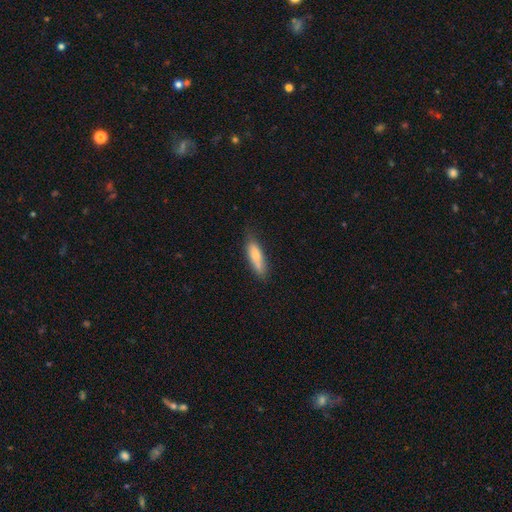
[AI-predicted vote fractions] A smooth galaxy with no disk features (76%) that is cigar-shaped (54%).

Vote fractions:
- Smooth or featured? smooth: 76% / featured or disk: 17% / star or artifact: 6%
- How rounded? cigar-shaped: 54% / in between: 44% / round: 2%
- Merging? none: 66% / minor disturbance: 23% / merger: 6% / major disturbance: 5%